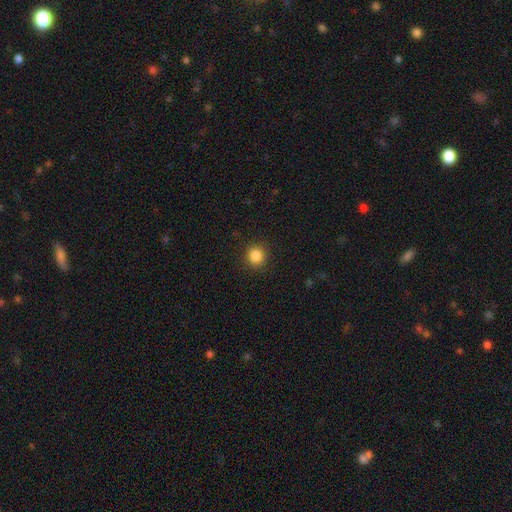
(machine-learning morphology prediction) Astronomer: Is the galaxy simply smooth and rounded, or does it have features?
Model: smooth — 85%.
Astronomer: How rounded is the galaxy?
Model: round — 90%.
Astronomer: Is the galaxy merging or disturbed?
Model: none — 90%.